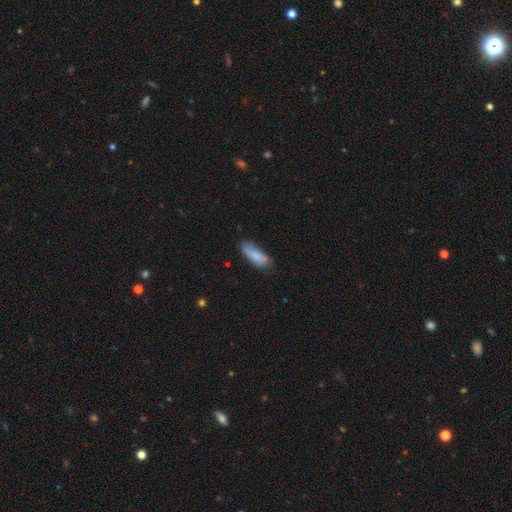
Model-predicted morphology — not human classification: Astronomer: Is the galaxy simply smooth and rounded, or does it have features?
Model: smooth — 80%.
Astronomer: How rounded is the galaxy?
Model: in between — 67%.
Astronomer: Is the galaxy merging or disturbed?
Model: none — 59%.